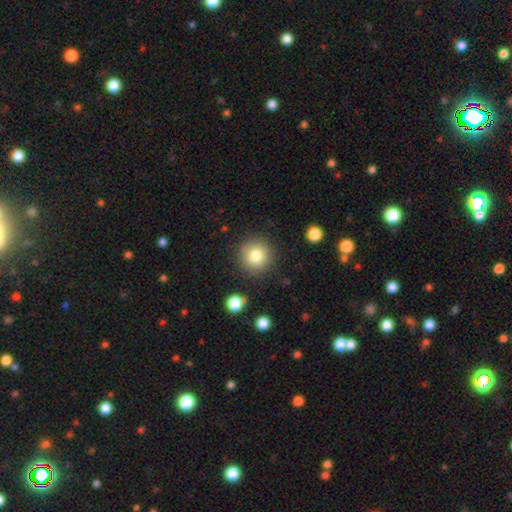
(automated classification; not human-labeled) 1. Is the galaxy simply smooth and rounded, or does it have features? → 81% smooth, 10% star or artifact, 9% featured or disk.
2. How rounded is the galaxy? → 95% round, 4% in between, 1% cigar-shaped.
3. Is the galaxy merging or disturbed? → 87% none, 8% minor disturbance, 3% major disturbance, 2% merger.